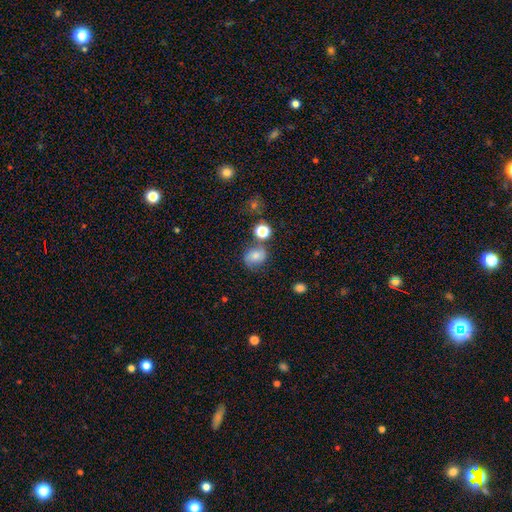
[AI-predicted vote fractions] This is likely a smooth galaxy (61%). How rounded: likely round (62%). Merging: possibly none (59%).